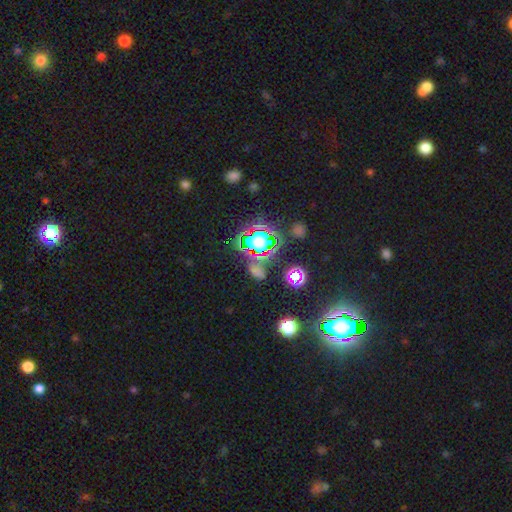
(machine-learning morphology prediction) Smooth or featured: star or artifact — 82% (smooth — 11%)